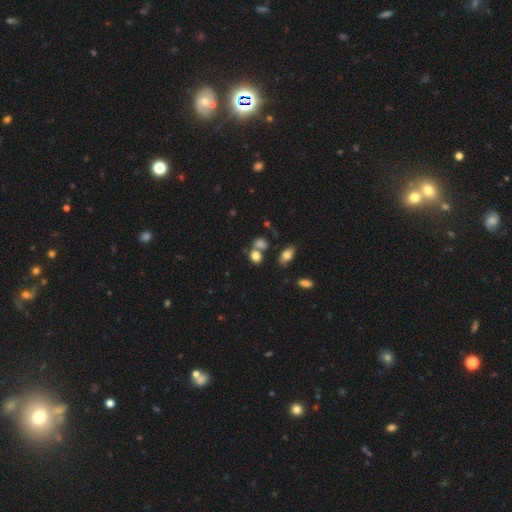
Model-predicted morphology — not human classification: smooth 79%, star or artifact 13%, featured or disk 9%. Down the decision tree: how rounded — round (50%); merging — none (49%).